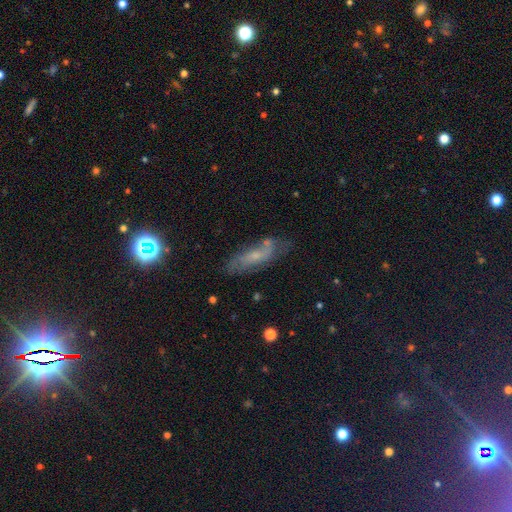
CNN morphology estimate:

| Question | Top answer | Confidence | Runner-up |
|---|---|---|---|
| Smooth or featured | featured or disk | 51% | smooth (37%) |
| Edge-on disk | no | 74% | yes (26%) |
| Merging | none | 60% | minor disturbance (24%) |